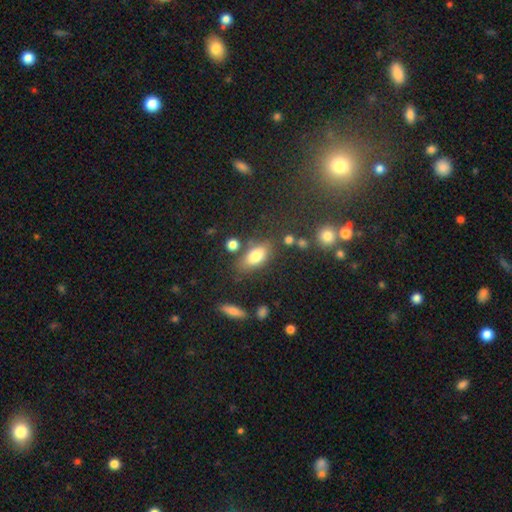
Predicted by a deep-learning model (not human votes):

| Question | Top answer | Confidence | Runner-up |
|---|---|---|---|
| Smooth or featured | smooth | 78% | featured or disk (12%) |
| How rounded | in between | 84% | cigar-shaped (9%) |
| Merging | none | 69% | minor disturbance (16%) |